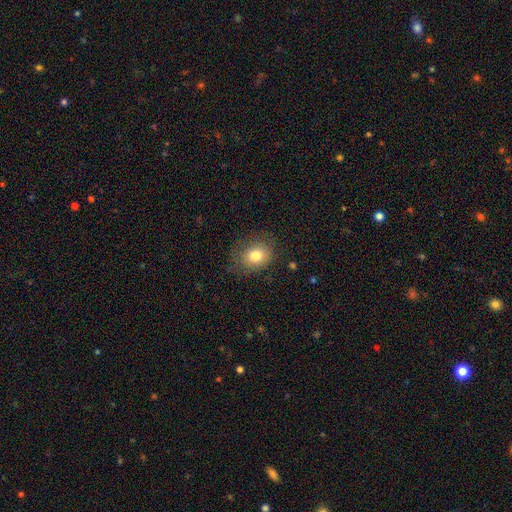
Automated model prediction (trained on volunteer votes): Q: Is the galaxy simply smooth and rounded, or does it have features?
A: smooth — 78%.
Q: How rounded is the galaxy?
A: round — 52%.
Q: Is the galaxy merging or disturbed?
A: none — 72%.